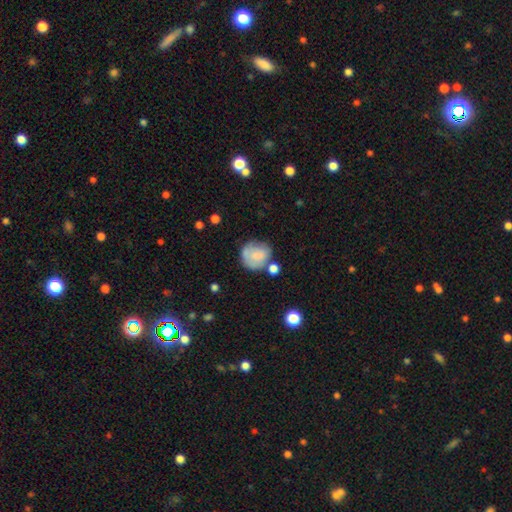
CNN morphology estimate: smooth_or_featured: smooth (p=0.70) [alt: featured or disk p=0.21]
how_rounded: round (p=0.80) [alt: in between p=0.19]
merging: none (p=0.51) [alt: minor disturbance p=0.24]